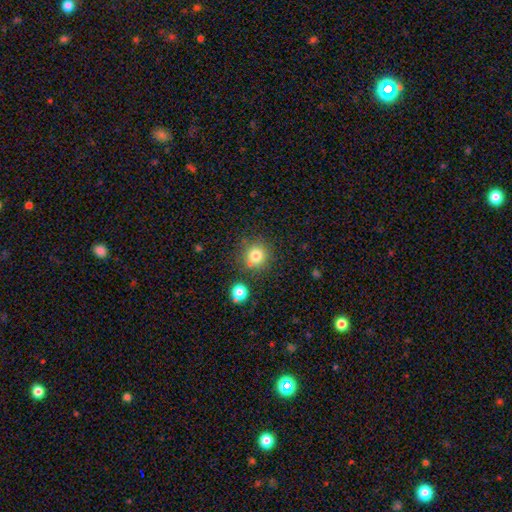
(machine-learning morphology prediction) type=smooth (79%); roundness=round (92%); merging=none (76%).